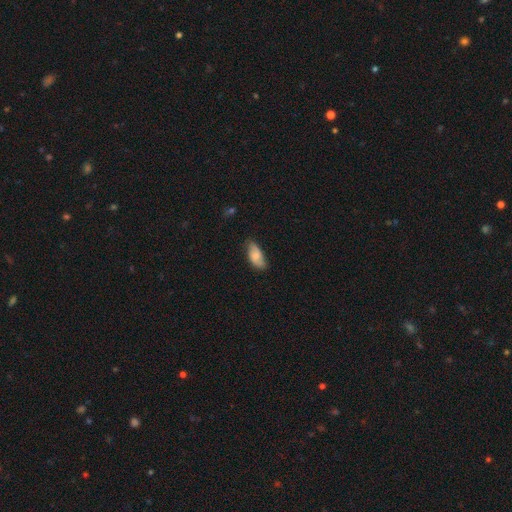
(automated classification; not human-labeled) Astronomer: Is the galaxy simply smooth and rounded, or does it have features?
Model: smooth — 67%.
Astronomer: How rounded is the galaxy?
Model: in between — 91%.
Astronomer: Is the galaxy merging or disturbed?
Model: none — 69%.